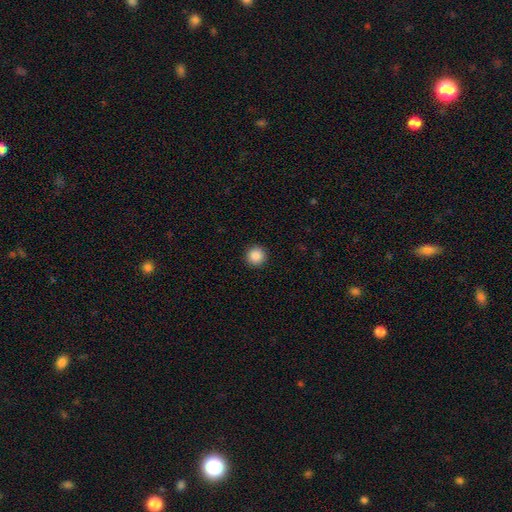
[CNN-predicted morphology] Q: Smooth or featured?
A: smooth (88%); runner-up: star or artifact (9%)
Q: How rounded?
A: round (96%); runner-up: in between (3%)
Q: Merging?
A: none (93%); runner-up: minor disturbance (4%)